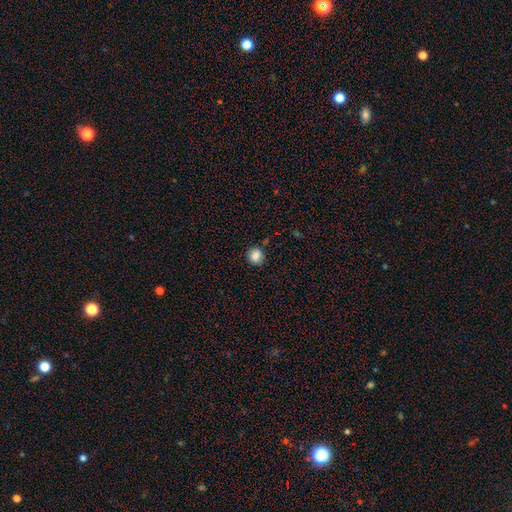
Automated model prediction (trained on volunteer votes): smooth_or_featured: smooth (p=0.85) [alt: star or artifact p=0.10]
how_rounded: round (p=0.87) [alt: in between p=0.12]
merging: none (p=0.80) [alt: minor disturbance p=0.14]